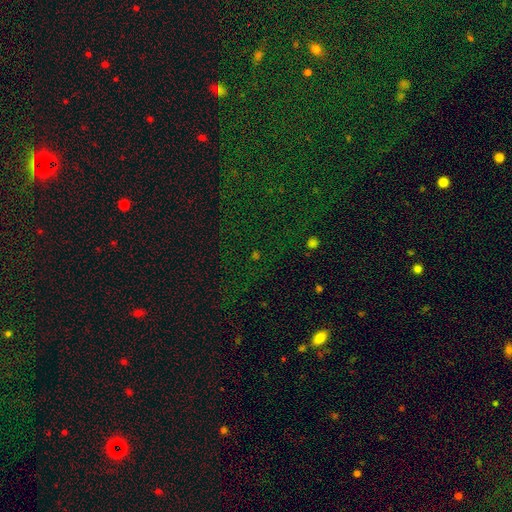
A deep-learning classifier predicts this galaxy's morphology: Smooth or featured? star or artifact (69%)